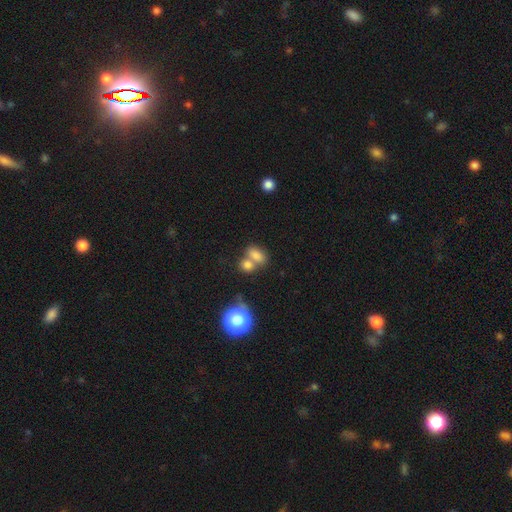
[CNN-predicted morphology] smooth-or-featured: smooth: 77% | star or artifact: 13% | featured or disk: 10%
  how-rounded: in between: 78% | round: 18% | cigar-shaped: 4%
  merging: merger: 52% | none: 34% | minor disturbance: 9% | major disturbance: 4%